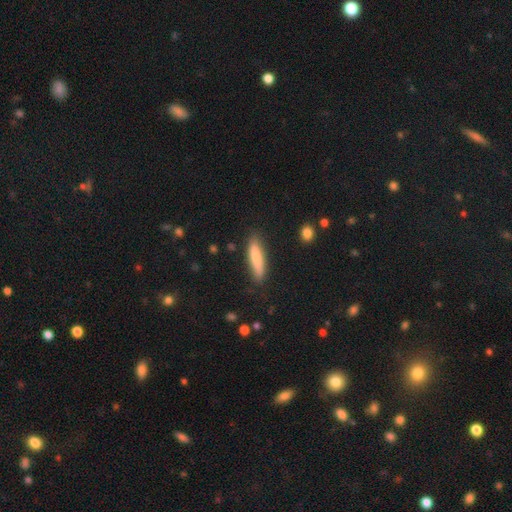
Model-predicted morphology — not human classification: This is clearly a smooth galaxy (81%). How rounded: clearly cigar-shaped (80%). Merging: clearly none (82%).